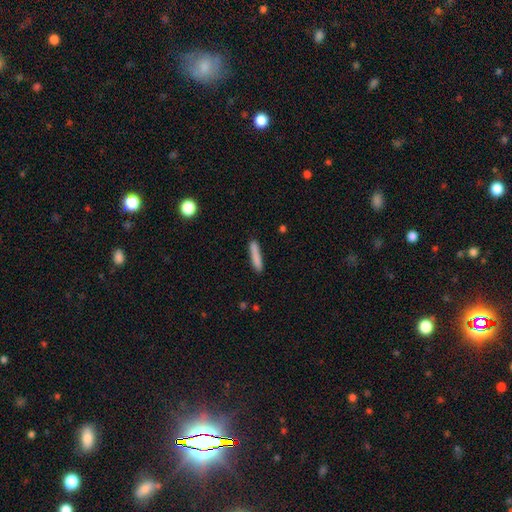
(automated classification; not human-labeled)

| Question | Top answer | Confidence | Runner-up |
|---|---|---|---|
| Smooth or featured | smooth | 84% | featured or disk (9%) |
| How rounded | cigar-shaped | 90% | in between (9%) |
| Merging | none | 85% | minor disturbance (11%) |